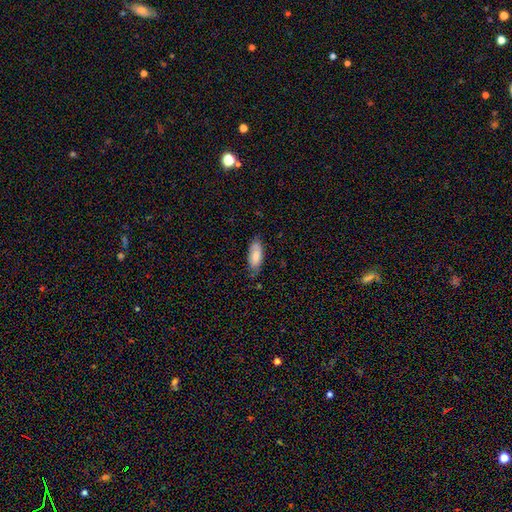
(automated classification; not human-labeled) Smooth or featured? smooth (79%)
How rounded? in between (84%)
Merging? none (70%)